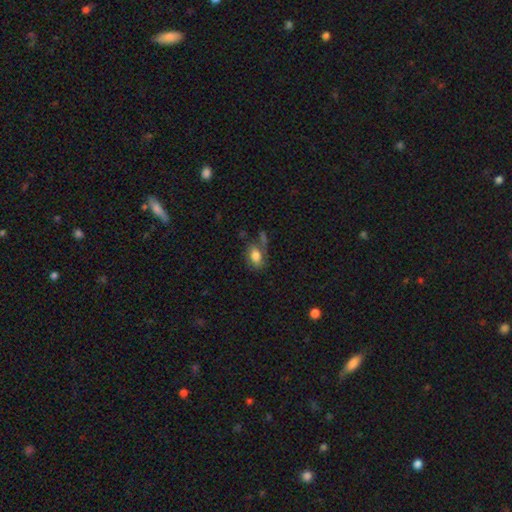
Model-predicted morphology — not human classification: Smooth or featured: smooth — 77% (featured or disk — 14%)
How rounded: in between — 86% (round — 12%)
Merging: none — 54% (minor disturbance — 20%)